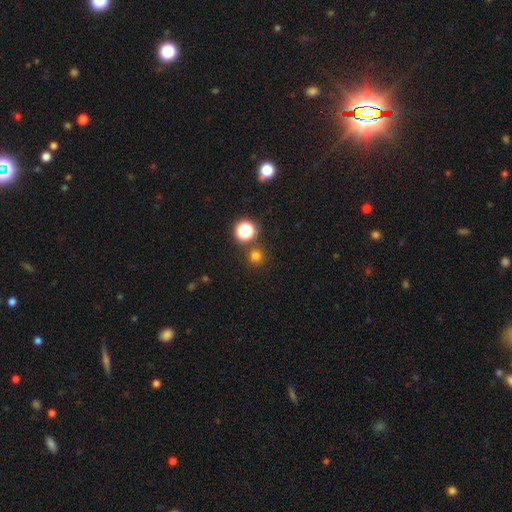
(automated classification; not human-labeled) Smooth or featured?
  - smooth: 74% *
  - star or artifact: 21%
  - featured or disk: 5%
How rounded?
  - round: 94% *
  - in between: 5%
  - cigar-shaped: 1%
Merging?
  - none: 84% *
  - merger: 7%
  - minor disturbance: 6%
  - major disturbance: 3%